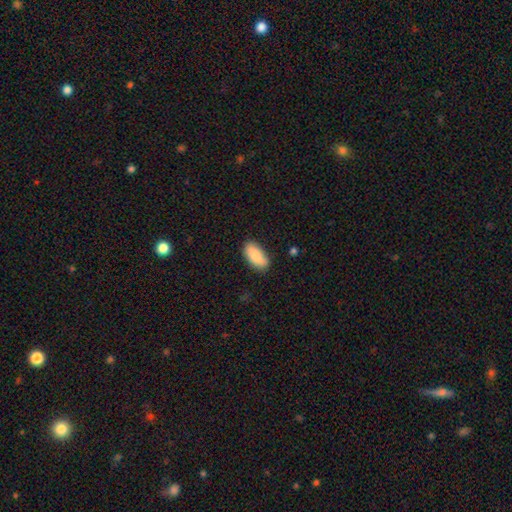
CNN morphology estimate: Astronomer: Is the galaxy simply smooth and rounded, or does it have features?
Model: smooth — 86%.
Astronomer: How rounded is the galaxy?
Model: in between — 90%.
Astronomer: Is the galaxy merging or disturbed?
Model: none — 82%.